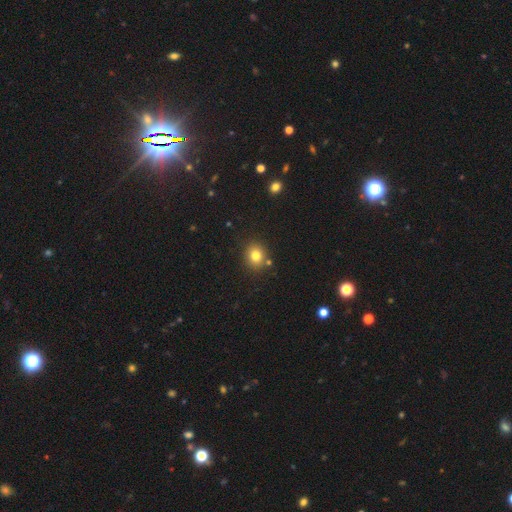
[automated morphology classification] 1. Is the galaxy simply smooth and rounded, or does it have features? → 80% smooth, 12% star or artifact, 8% featured or disk.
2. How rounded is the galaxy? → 72% round, 28% in between, 1% cigar-shaped.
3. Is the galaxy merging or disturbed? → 82% none, 9% minor disturbance, 6% merger, 3% major disturbance.